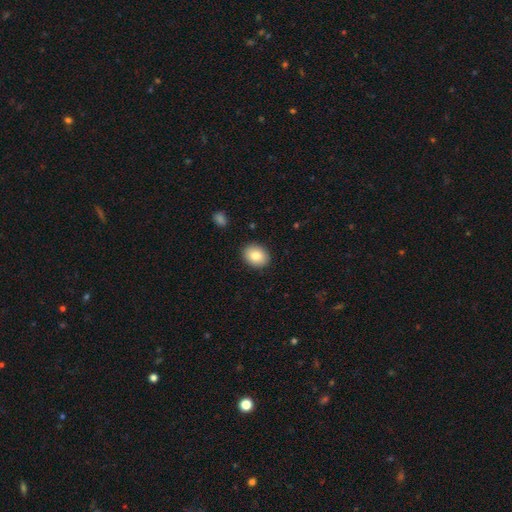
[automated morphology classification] smooth-or-featured: smooth: 83% | featured or disk: 9% | star or artifact: 8%
  how-rounded: in between: 52% | round: 47% | cigar-shaped: 1%
  merging: none: 89% | minor disturbance: 8% | major disturbance: 2% | merger: 1%